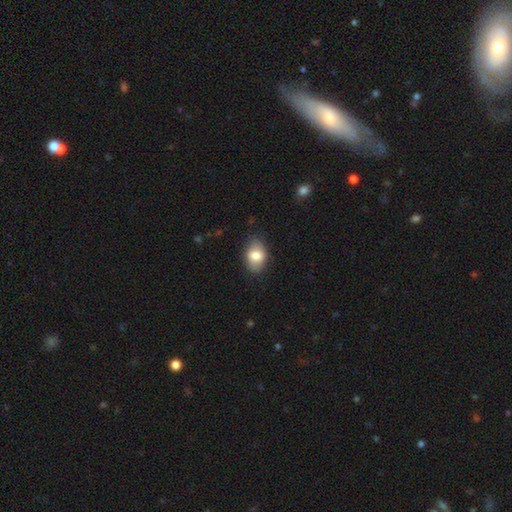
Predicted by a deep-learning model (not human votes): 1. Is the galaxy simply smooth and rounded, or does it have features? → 77% smooth, 15% featured or disk, 7% star or artifact.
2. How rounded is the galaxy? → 83% in between, 15% round, 1% cigar-shaped.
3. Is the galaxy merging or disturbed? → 79% none, 16% minor disturbance, 4% major disturbance, 1% merger.